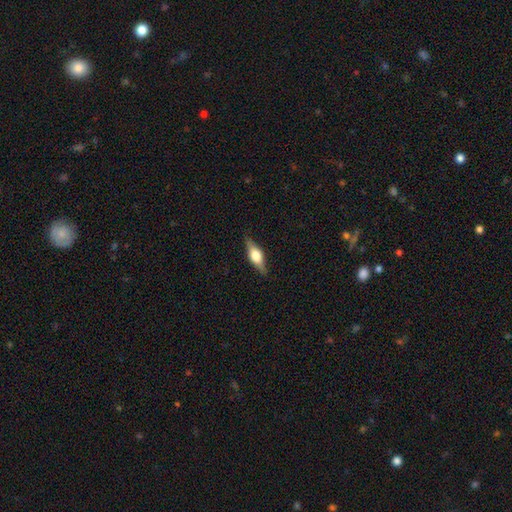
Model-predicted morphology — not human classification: Smooth or featured?
  - featured or disk: 58% *
  - smooth: 36%
  - star or artifact: 7%
Edge-on disk?
  - yes: 95% *
  - no: 5%
Edge-on bulge?
  - rounded: 92% *
  - boxy: 7%
  - none: 1%
Merging?
  - none: 87% *
  - minor disturbance: 10%
  - major disturbance: 2%
  - merger: 1%